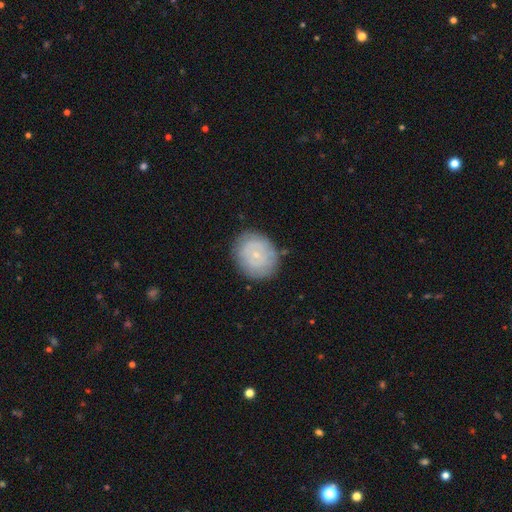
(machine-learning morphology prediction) This is possibly a smooth galaxy (49%). Merging: clearly none (80%).